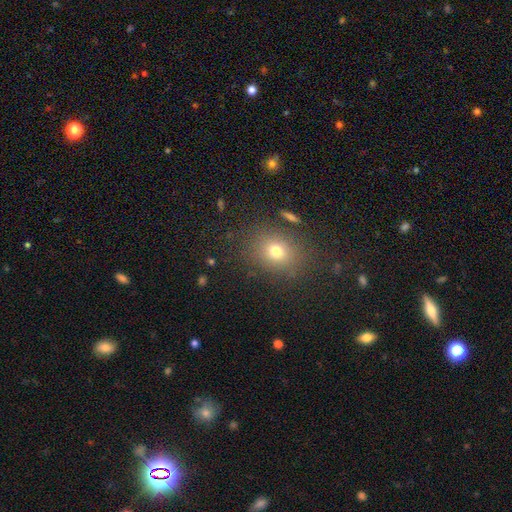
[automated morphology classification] Q: Smooth or featured?
A: smooth (62%); runner-up: star or artifact (30%)
Q: How rounded?
A: round (61%); runner-up: in between (38%)
Q: Merging?
A: none (87%); runner-up: minor disturbance (8%)